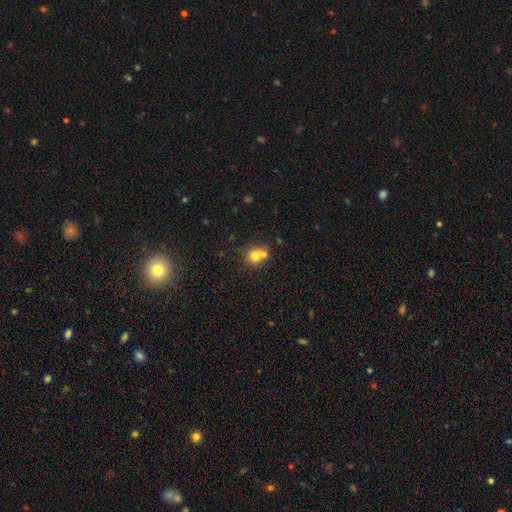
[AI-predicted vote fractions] Smooth or featured? Predicted: smooth (p=0.71). How rounded? Predicted: round (p=0.80). Merging? Predicted: merger (p=0.45).